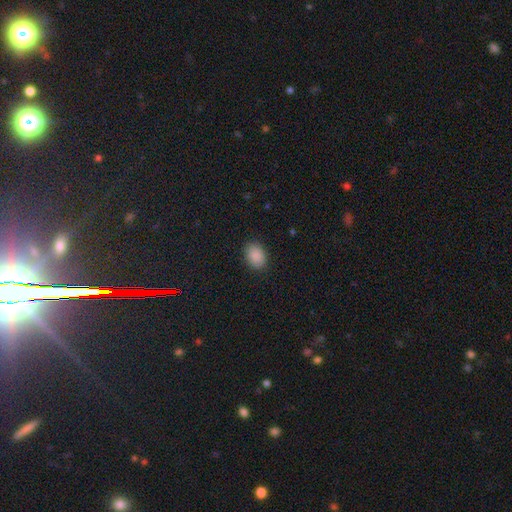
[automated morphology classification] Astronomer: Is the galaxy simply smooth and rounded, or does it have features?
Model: smooth — 88%.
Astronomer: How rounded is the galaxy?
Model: in between — 73%.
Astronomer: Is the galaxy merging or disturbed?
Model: none — 88%.